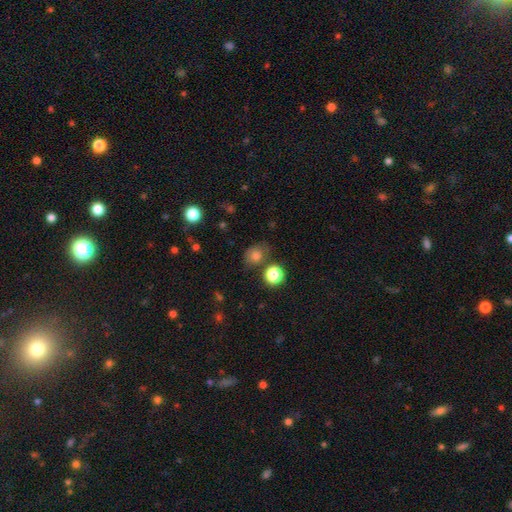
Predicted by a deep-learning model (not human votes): Overall: smooth (75%). How rounded: round (62%; in between 37%). Merging: none (68%).